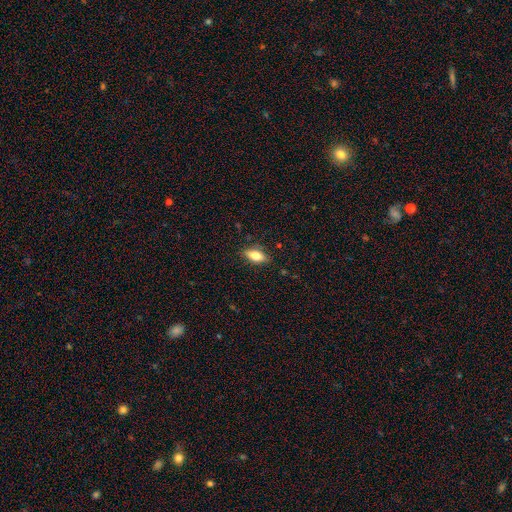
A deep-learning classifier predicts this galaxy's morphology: This appears to be a smooth galaxy with no disk features (69%) that is in between round and cigar-shaped (79%). Merging: none (84%).